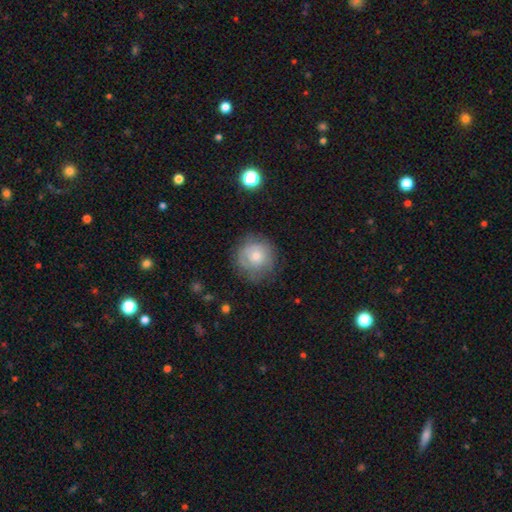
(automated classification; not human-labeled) The model was most divided on "smooth or featured": smooth: 54%, featured or disk: 36%, star or artifact: 10%. More confident: how rounded — round (91%); merging — none (72%).